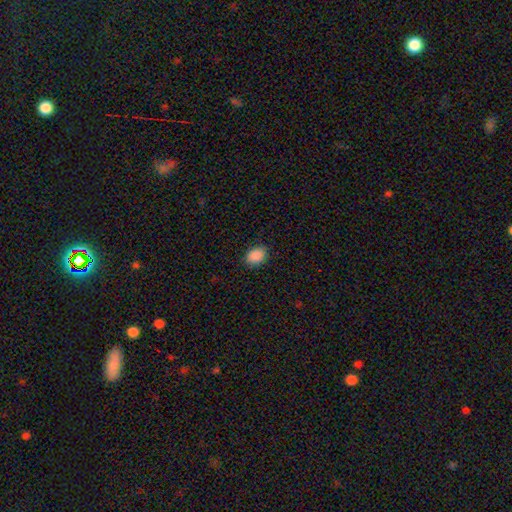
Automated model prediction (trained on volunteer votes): Smooth or featured? smooth (90%)
How rounded? in between (73%)
Merging? none (87%)